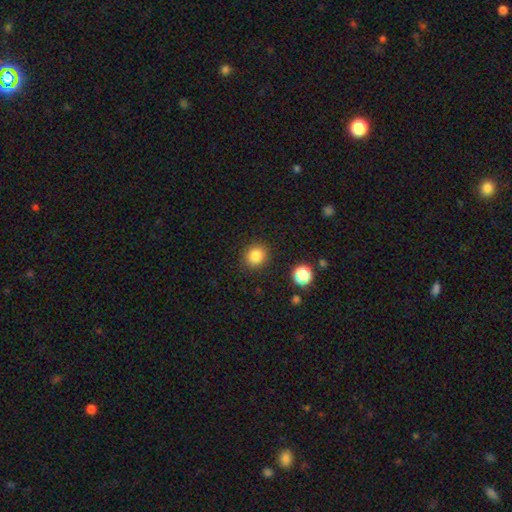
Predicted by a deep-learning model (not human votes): Smooth or featured? smooth (84%)
How rounded? round (81%)
Merging? none (89%)